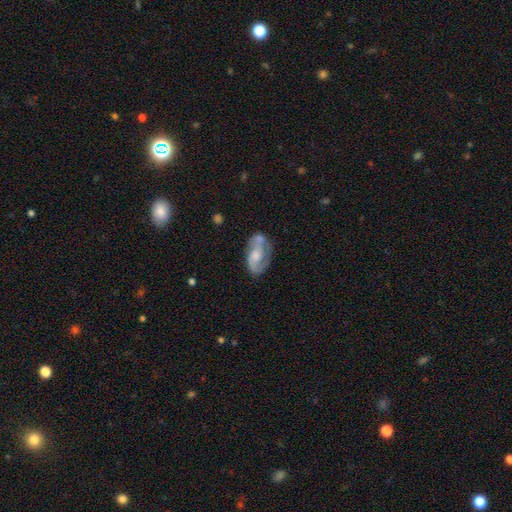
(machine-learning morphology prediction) Smooth or featured: featured or disk — 73% (smooth — 21%)
Edge-on disk: no — 96% (yes — 4%)
Bar: no — 57% (weak — 35%)
Spiral arms: yes — 88% (no — 12%)
Spiral winding: medium — 49% (loose — 28%)
Spiral arm count: 2 — 79% (can't tell — 9%)
Bulge size: moderate — 45% (small — 27%)
Merging: none — 55% (minor disturbance — 23%)